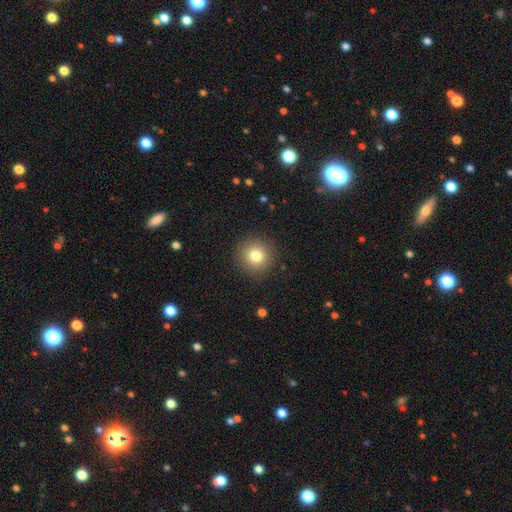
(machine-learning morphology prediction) A smooth galaxy with no disk features (80%) that is round (95%).

Vote fractions:
- Smooth or featured? smooth: 80% / star or artifact: 12% / featured or disk: 9%
- How rounded? round: 95% / in between: 4% / cigar-shaped: 1%
- Merging? none: 90% / minor disturbance: 6% / major disturbance: 2% / merger: 1%